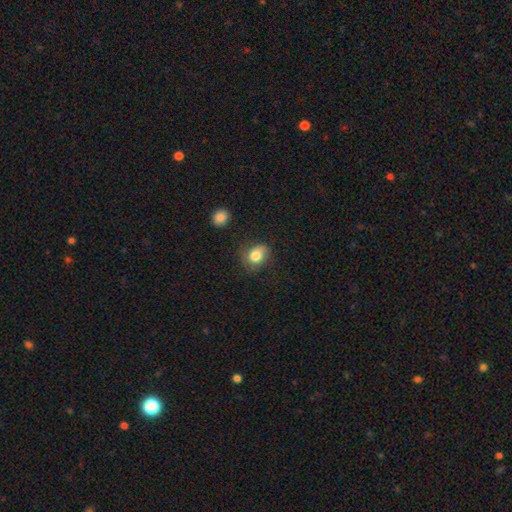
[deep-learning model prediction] A smooth galaxy with no disk features (80%) that is in between round and cigar-shaped (51%). Merging: none (59%).